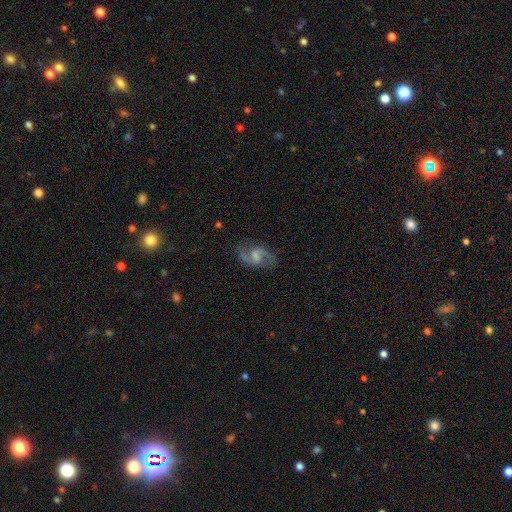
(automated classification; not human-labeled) Morphology: type=featured or disk (83%); edge-on=no (97%); bar=weak (59%); spiral arms=yes (95%); winding=medium (47%); arm count=2 (92%); bulge=none (34%); merging=none (76%).